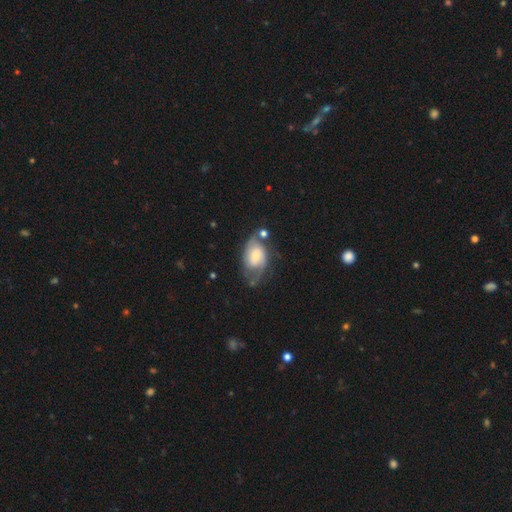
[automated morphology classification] A featured or disk galaxy (61%) with no bar (55%), spiral arms (83%) and a small central bulge (44%).

Vote fractions:
- Smooth or featured? featured or disk: 61% / smooth: 33% / star or artifact: 7%
- Edge-on disk? no: 96% / yes: 4%
- Bar? no: 55% / weak: 37% / strong: 8%
- Spiral arms? yes: 83% / no: 17%
- Bulge size? small: 44% / moderate: 42% / large: 9% / none: 3% / dominant: 2%
- Merging? none: 42% / minor disturbance: 27% / major disturbance: 21% / merger: 10%